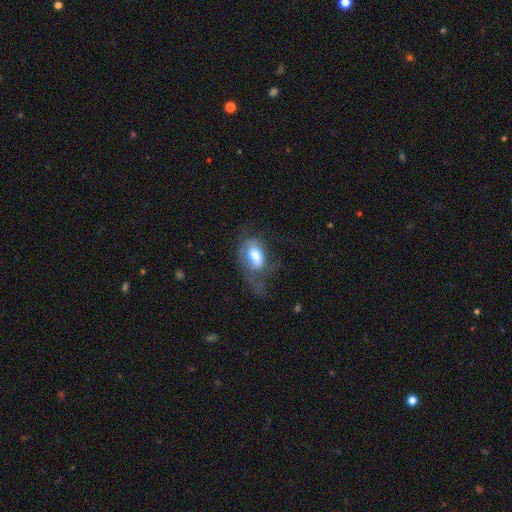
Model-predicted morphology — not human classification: smooth-or-featured: smooth: 61% | featured or disk: 31% | star or artifact: 9%
  how-rounded: in between: 85% | round: 13% | cigar-shaped: 2%
  merging: major disturbance: 49% | none: 24% | minor disturbance: 23% | merger: 3%